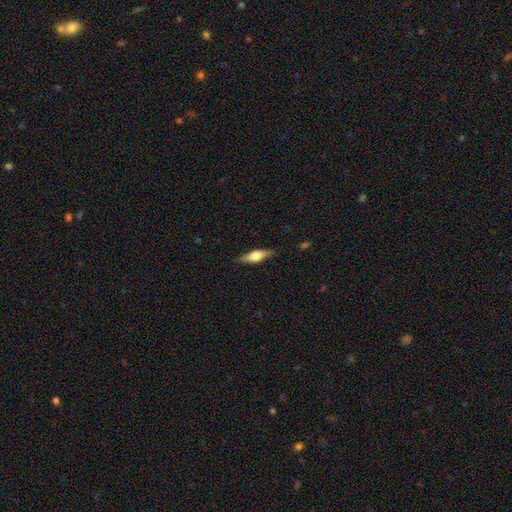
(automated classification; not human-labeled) Q: Smooth or featured?
A: featured or disk (56%); runner-up: smooth (38%)
Q: Edge-on disk?
A: yes (95%); runner-up: no (5%)
Q: Edge-on bulge?
A: rounded (92%); runner-up: boxy (6%)
Q: Merging?
A: none (87%); runner-up: minor disturbance (10%)